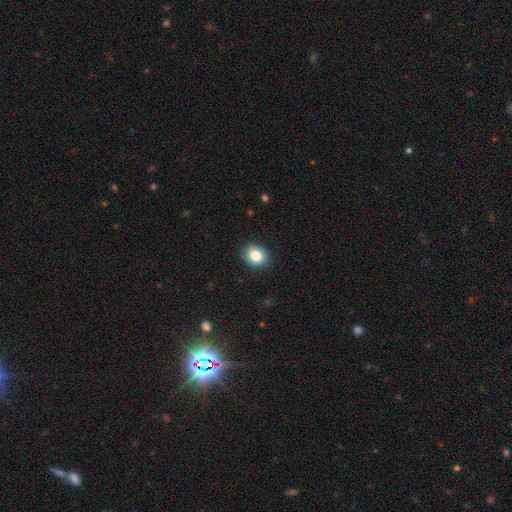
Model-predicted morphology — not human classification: Smooth or featured: smooth — 83% (star or artifact — 9%)
How rounded: in between — 50% (round — 49%)
Merging: none — 88% (minor disturbance — 9%)